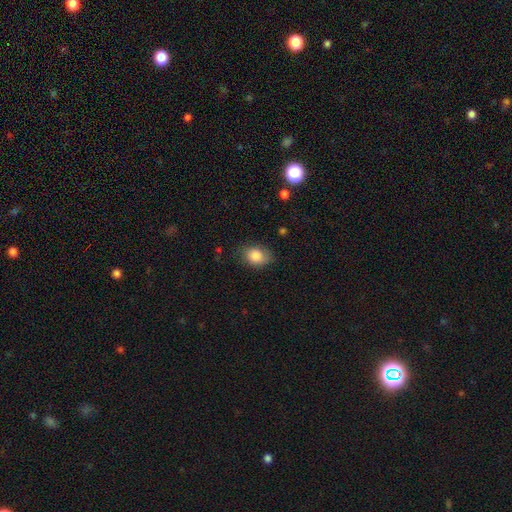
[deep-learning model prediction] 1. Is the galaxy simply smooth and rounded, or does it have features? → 84% smooth, 8% featured or disk, 8% star or artifact.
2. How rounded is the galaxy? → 69% in between, 30% round, 1% cigar-shaped.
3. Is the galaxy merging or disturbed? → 73% none, 20% minor disturbance, 5% major disturbance, 1% merger.